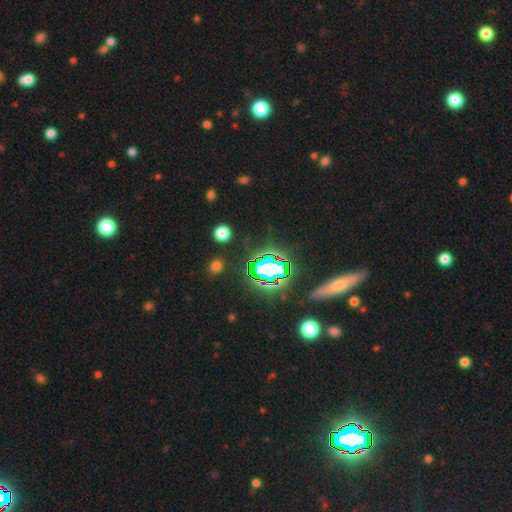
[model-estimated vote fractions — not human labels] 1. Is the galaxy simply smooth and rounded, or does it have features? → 69% star or artifact, 16% smooth, 15% featured or disk.